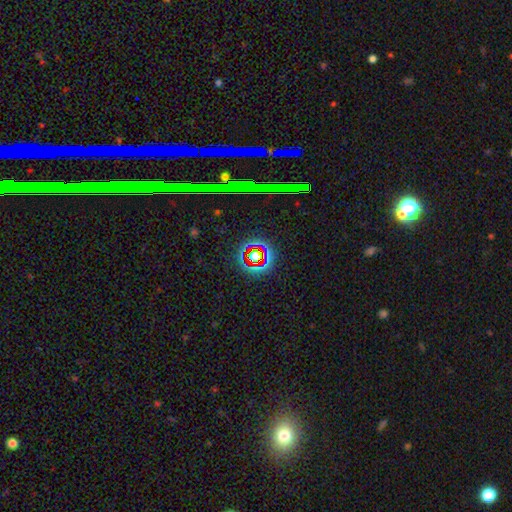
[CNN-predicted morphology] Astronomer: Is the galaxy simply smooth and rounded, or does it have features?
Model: star or artifact — 59%.